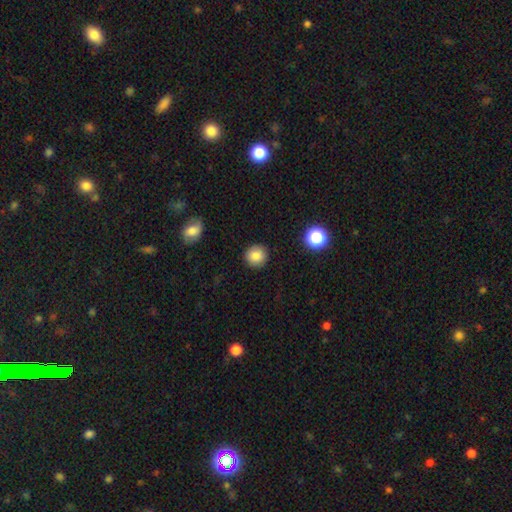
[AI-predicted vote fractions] Smooth or featured? Predicted: smooth (p=0.84). How rounded? Predicted: round (p=0.92). Merging? Predicted: none (p=0.91).